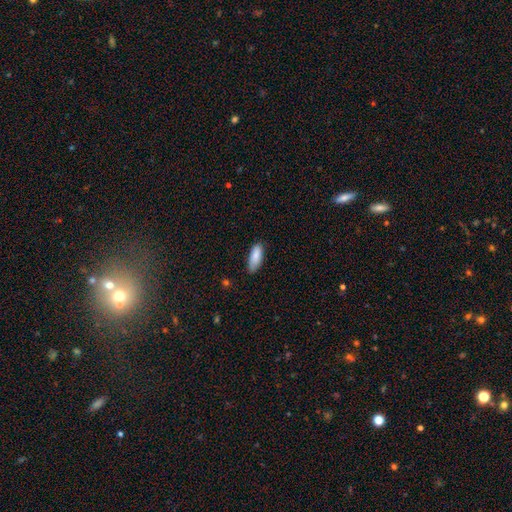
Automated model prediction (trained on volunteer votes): Overall: smooth (87%). How rounded: in between (73%). Merging: none (73%).